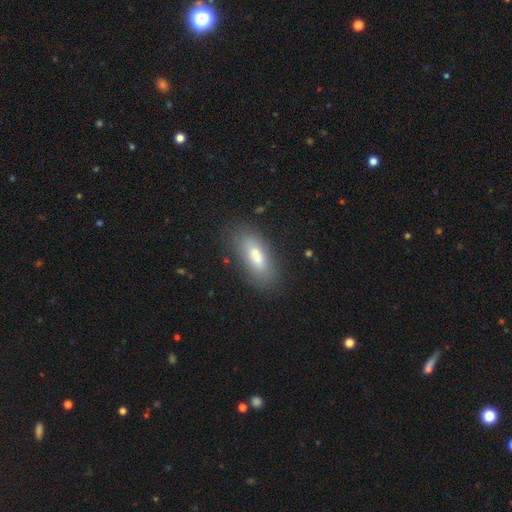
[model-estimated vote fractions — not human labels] Smooth or featured? smooth (73%)
How rounded? in between (69%)
Merging? none (76%)